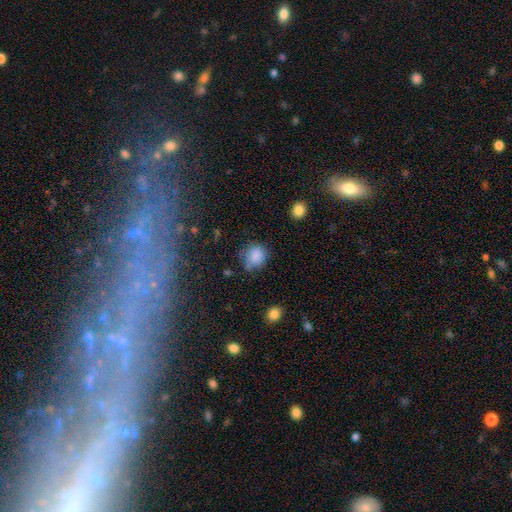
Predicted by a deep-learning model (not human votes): Q: Smooth or featured?
A: smooth (82%); runner-up: star or artifact (10%)
Q: How rounded?
A: round (69%); runner-up: in between (30%)
Q: Merging?
A: none (61%); runner-up: minor disturbance (29%)